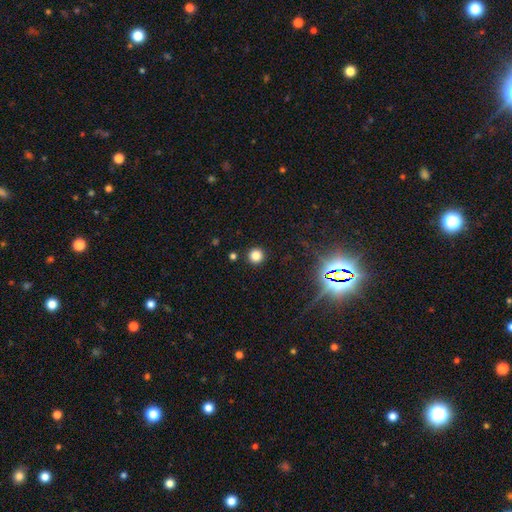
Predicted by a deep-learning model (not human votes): A smooth galaxy with no disk features (80%) that is round (95%).

Vote fractions:
- Smooth or featured? smooth: 80% / star or artifact: 15% / featured or disk: 5%
- How rounded? round: 95% / in between: 4% / cigar-shaped: 1%
- Merging? none: 91% / minor disturbance: 5% / merger: 2% / major disturbance: 2%